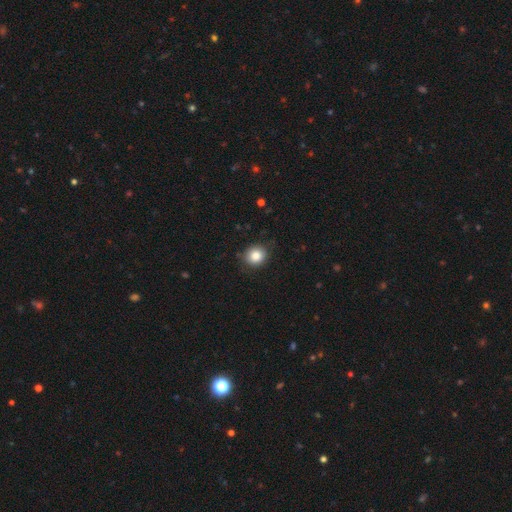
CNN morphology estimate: smooth 84%, star or artifact 10%, featured or disk 6%. Down the decision tree: how rounded — round (82%); merging — none (84%).